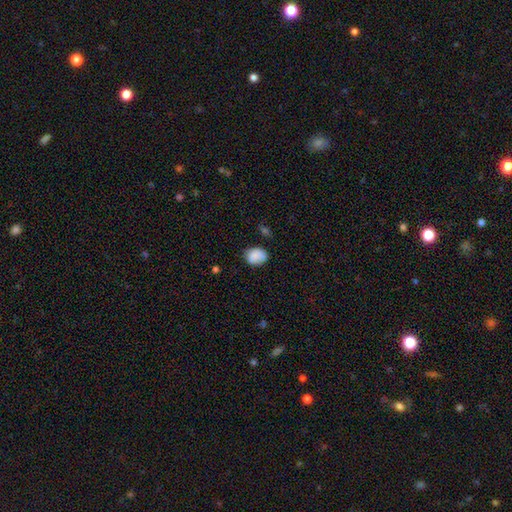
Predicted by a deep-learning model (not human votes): Overall: smooth (85%). How rounded: in between (54%; round 45%). Merging: none (67%).